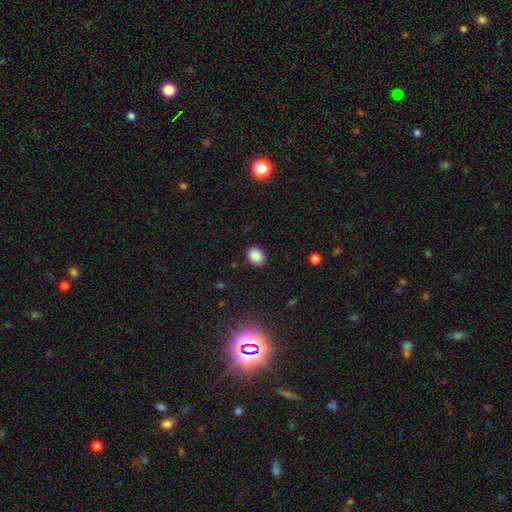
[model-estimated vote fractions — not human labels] smooth_or_featured: smooth (p=0.87) [alt: star or artifact p=0.09]
how_rounded: in between (p=0.61) [alt: round p=0.38]
merging: none (p=0.87) [alt: minor disturbance p=0.09]